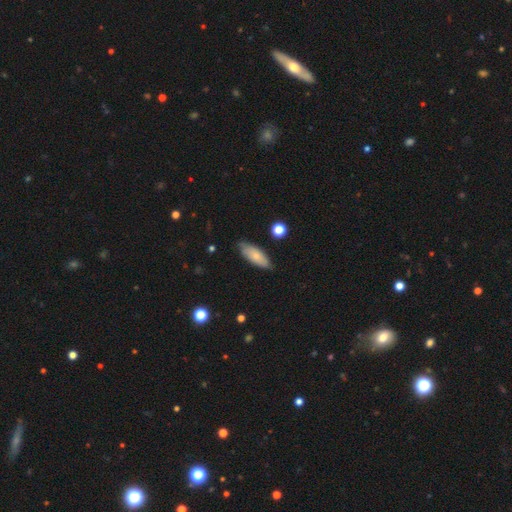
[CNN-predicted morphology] Smooth or featured: smooth — 70% (featured or disk — 23%)
How rounded: in between — 74% (cigar-shaped — 23%)
Merging: none — 75% (minor disturbance — 20%)